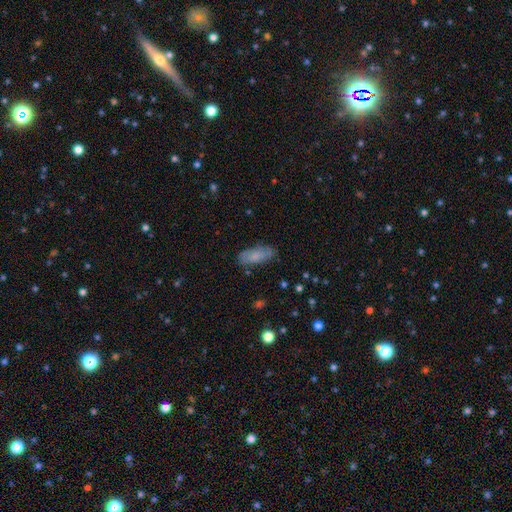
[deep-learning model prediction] Smooth or featured? Predicted: smooth (p=0.71). How rounded? Predicted: in between (p=0.82). Merging? Predicted: none (p=0.77).